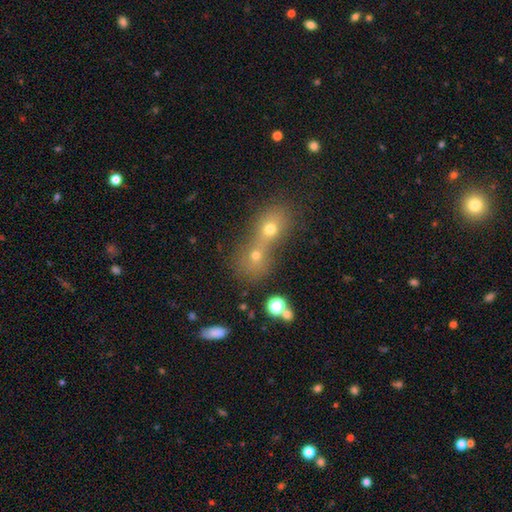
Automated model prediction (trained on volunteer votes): smooth_or_featured: smooth (p=0.62) [alt: star or artifact p=0.20]
how_rounded: round (p=0.69) [alt: in between p=0.28]
merging: merger (p=0.69) [alt: none p=0.22]